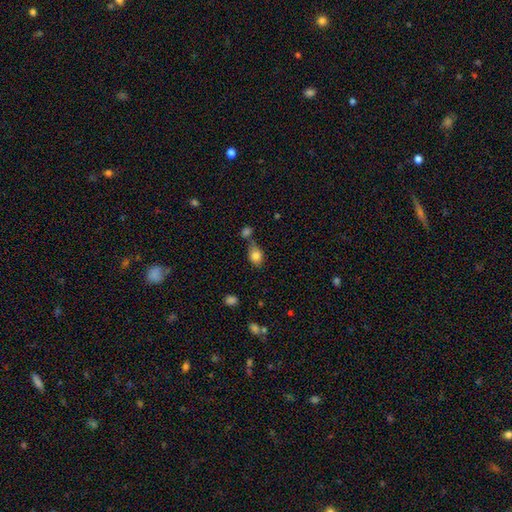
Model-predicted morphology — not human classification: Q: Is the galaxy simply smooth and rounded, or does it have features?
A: smooth — 82%.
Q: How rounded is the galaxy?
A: in between — 59%.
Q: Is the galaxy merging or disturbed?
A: none — 53%.